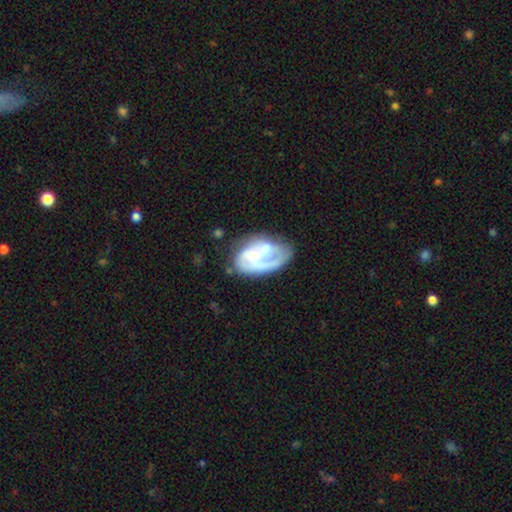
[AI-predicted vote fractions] smooth_or_featured: featured or disk (p=0.68) [alt: smooth p=0.25]
disk_edge_on: no (p=0.97) [alt: yes p=0.03]
bar: no (p=0.59) [alt: weak p=0.31]
has_spiral_arms: yes (p=0.69) [alt: no p=0.31]
bulge_size: small (p=0.48) [alt: moderate p=0.33]
merging: none (p=0.40) [alt: minor disturbance p=0.25]